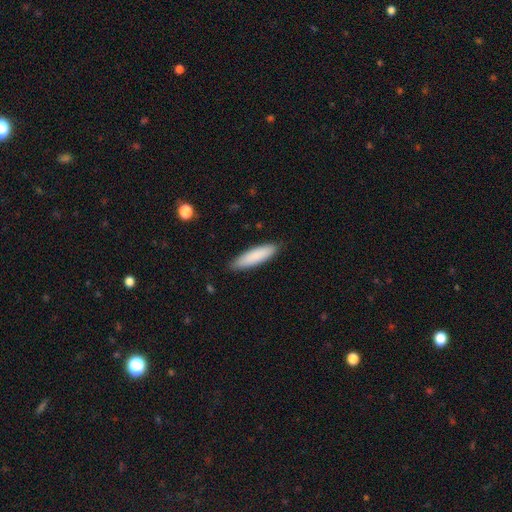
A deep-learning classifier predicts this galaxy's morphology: Q: Smooth or featured?
A: smooth (86%); runner-up: featured or disk (8%)
Q: How rounded?
A: cigar-shaped (68%); runner-up: in between (31%)
Q: Merging?
A: none (88%); runner-up: minor disturbance (9%)